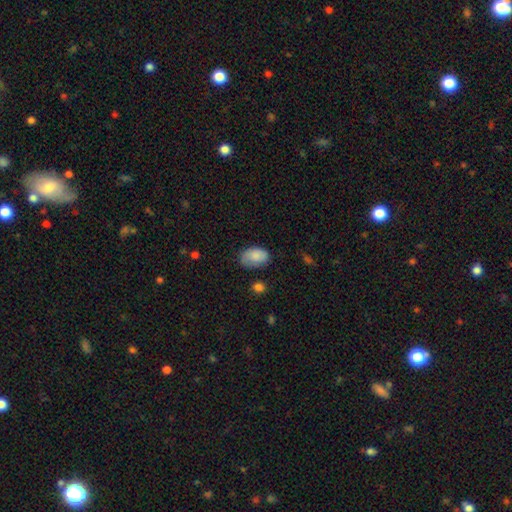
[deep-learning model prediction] This is clearly a smooth galaxy (84%). How rounded: clearly in between (91%). Merging: likely none (67%).